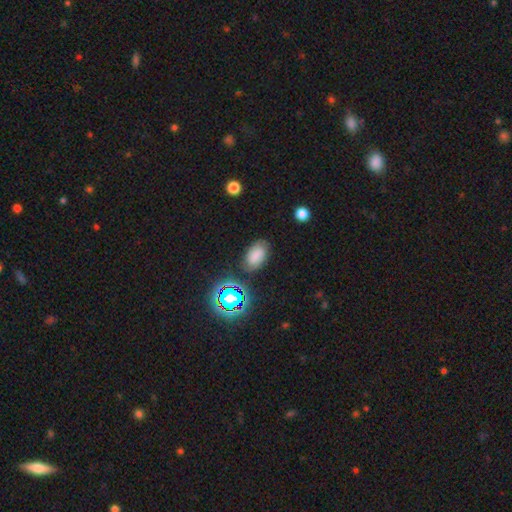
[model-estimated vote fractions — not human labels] smooth-or-featured: smooth: 66% | star or artifact: 19% | featured or disk: 16%
  how-rounded: in between: 91% | round: 8% | cigar-shaped: 2%
  merging: none: 77% | minor disturbance: 16% | major disturbance: 4% | merger: 3%